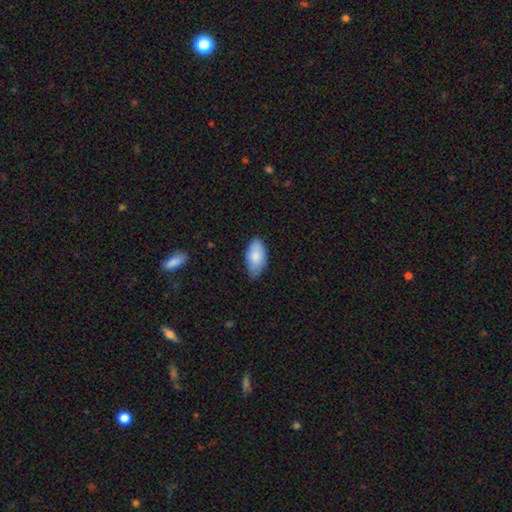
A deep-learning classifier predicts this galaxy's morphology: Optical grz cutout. It shows a smooth galaxy with no disk features (83%) that is in between round and cigar-shaped (95%). Merging: none (72%).